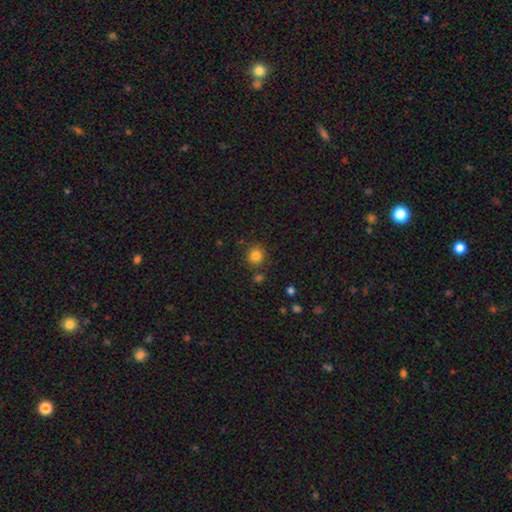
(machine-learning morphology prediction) Smooth or featured? Predicted: smooth (p=0.81). How rounded? Predicted: round (p=0.88). Merging? Predicted: none (p=0.82).